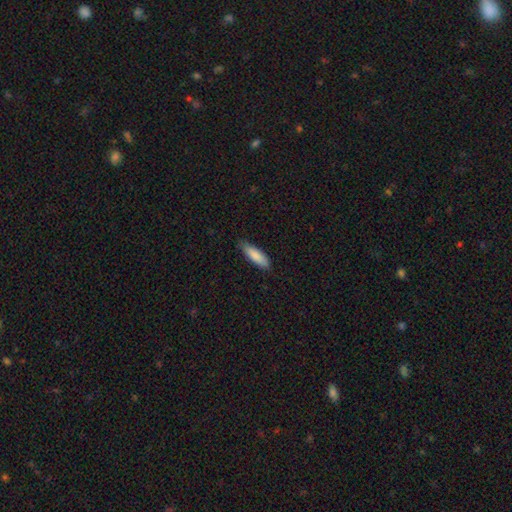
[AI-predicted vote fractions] Smooth or featured? smooth (86%)
How rounded? cigar-shaped (53%)
Merging? none (82%)